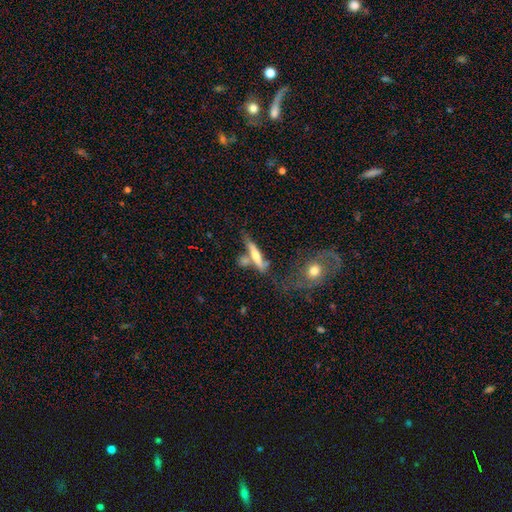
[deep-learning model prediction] Q: Smooth or featured?
A: featured or disk (47%); runner-up: smooth (45%)
Q: Merging?
A: none (52%); runner-up: merger (24%)